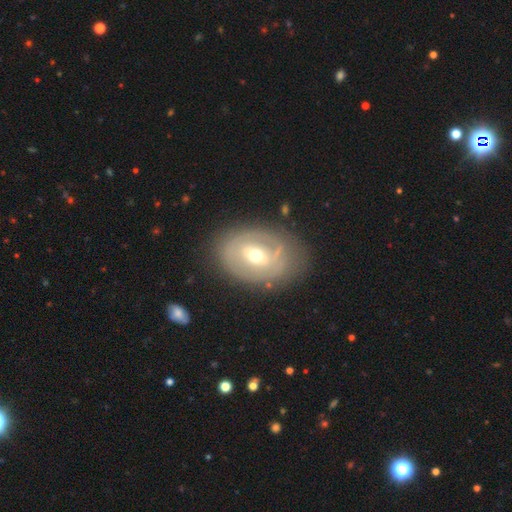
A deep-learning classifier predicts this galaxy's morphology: Smooth or featured? featured or disk (68%)
Edge-on disk? no (94%)
Bar? no (48%)
Spiral arms? yes (54%)
Bulge size? moderate (69%)
Merging? none (71%)